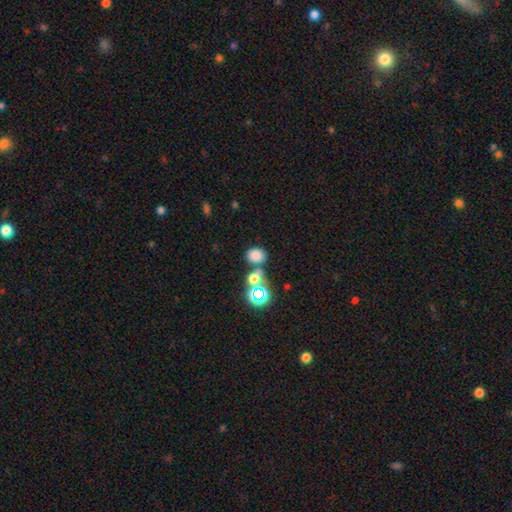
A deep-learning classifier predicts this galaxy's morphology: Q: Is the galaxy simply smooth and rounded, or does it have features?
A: smooth — 74%.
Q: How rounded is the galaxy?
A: in between — 50%.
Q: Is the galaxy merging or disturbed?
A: none — 64%.